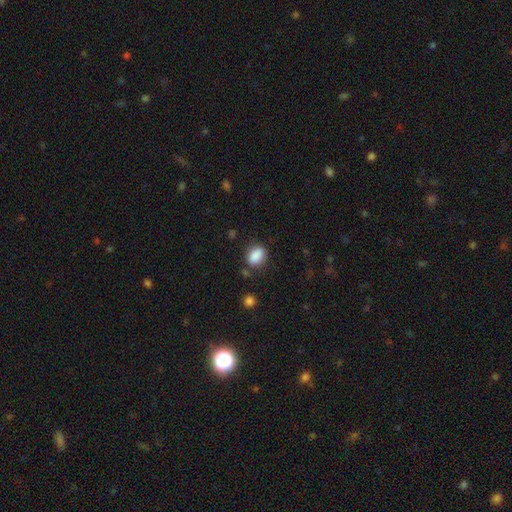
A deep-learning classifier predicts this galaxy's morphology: smooth_or_featured: smooth (p=0.88) [alt: star or artifact p=0.08]
how_rounded: in between (p=0.72) [alt: round p=0.26]
merging: none (p=0.77) [alt: minor disturbance p=0.15]